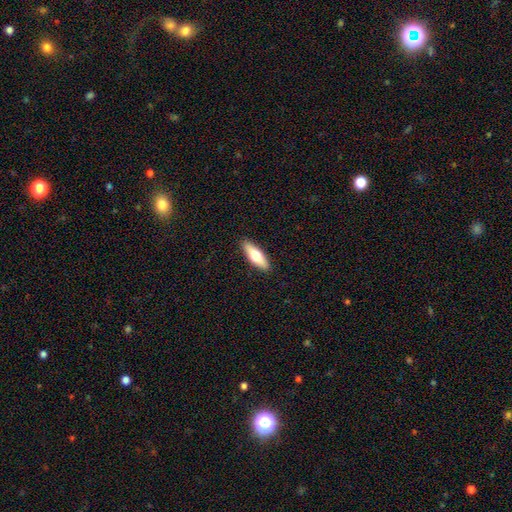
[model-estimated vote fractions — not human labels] This is likely a smooth galaxy (67%). How rounded: possibly in between (54%). Merging: clearly none (90%).